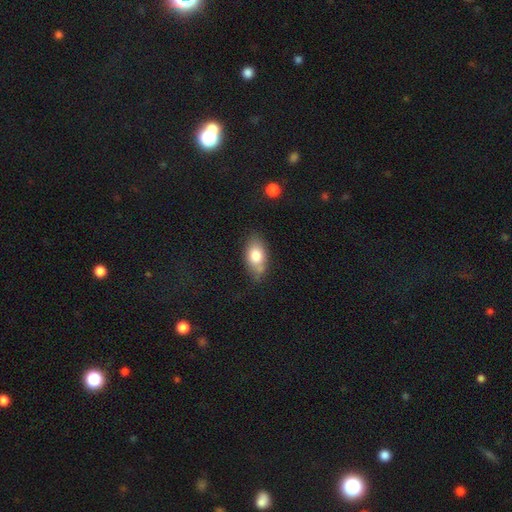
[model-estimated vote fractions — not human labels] Smooth or featured? smooth (77%)
How rounded? in between (88%)
Merging? none (67%)